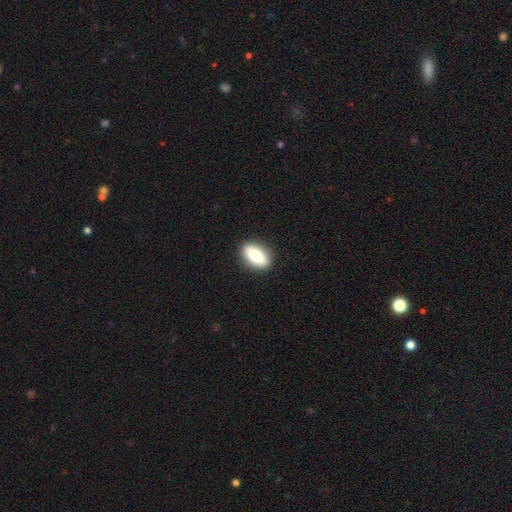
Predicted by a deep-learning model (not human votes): smooth_or_featured: smooth (p=0.80) [alt: featured or disk p=0.14]
how_rounded: in between (p=0.87) [alt: cigar-shaped p=0.06]
merging: none (p=0.89) [alt: minor disturbance p=0.08]